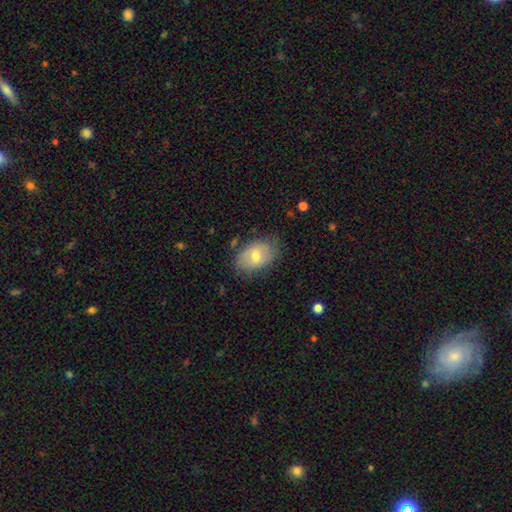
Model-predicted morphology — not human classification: Smooth or featured: smooth — 59% (featured or disk — 33%)
How rounded: in between — 86% (round — 13%)
Merging: none — 71% (minor disturbance — 22%)